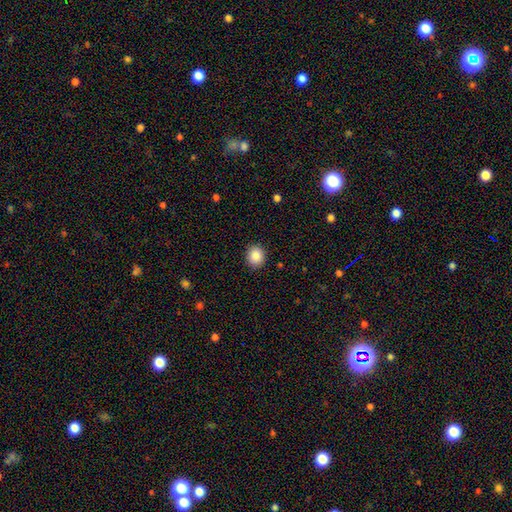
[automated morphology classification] Smooth or featured? Predicted: smooth (p=0.87). How rounded? Predicted: round (p=0.75). Merging? Predicted: none (p=0.90).